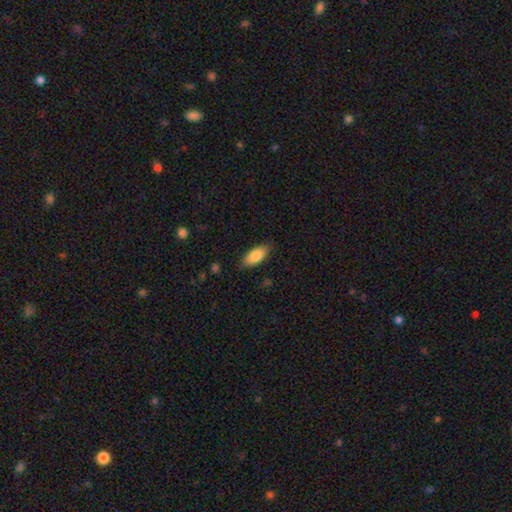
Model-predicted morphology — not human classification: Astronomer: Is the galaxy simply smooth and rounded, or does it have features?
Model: smooth — 84%.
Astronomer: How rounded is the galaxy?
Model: in between — 86%.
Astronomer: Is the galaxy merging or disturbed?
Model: none — 84%.